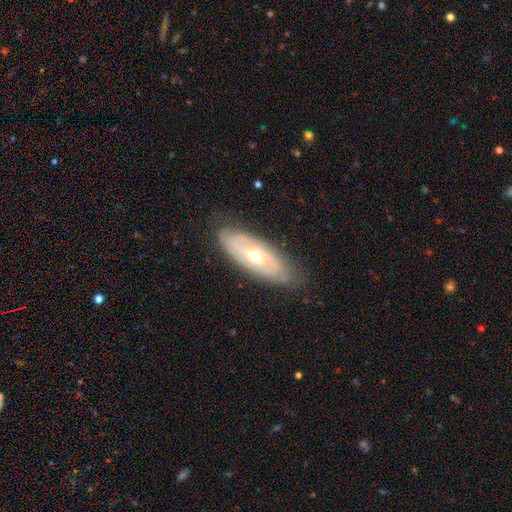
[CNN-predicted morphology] This is likely a featured or disk galaxy (68%). It is clearly not viewed edge-on (82%). Bar: likely no (70%). Spiral arm pattern: likely yes (61%). Central bulge: likely moderate (68%). Merging: likely none (77%).